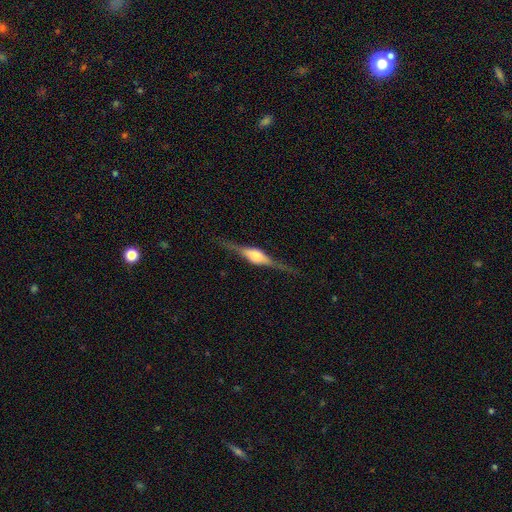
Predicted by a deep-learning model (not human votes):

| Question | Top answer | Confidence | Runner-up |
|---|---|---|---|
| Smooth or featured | featured or disk | 83% | smooth (11%) |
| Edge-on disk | yes | 98% | no (2%) |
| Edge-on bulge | rounded | 81% | boxy (17%) |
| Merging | none | 85% | minor disturbance (11%) |